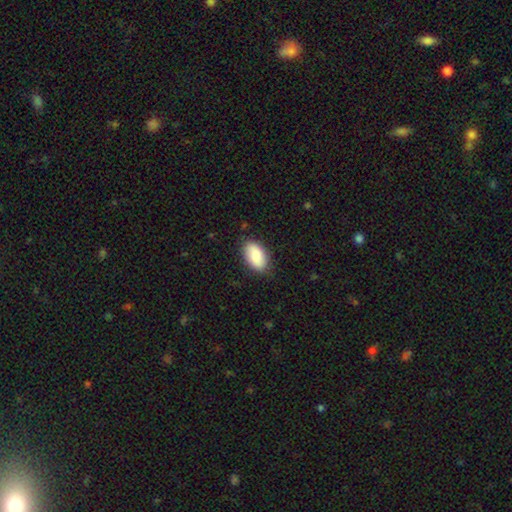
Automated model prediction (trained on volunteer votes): Smooth or featured? Predicted: smooth (p=0.86). How rounded? Predicted: in between (p=0.94). Merging? Predicted: none (p=0.82).